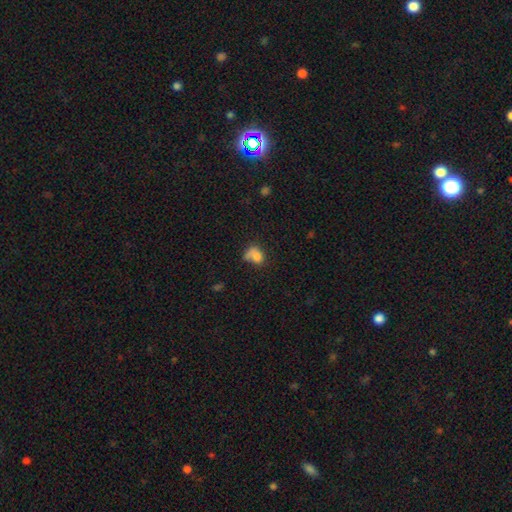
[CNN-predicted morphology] Smooth or featured? smooth (73%)
How rounded? in between (62%)
Merging? none (30%)